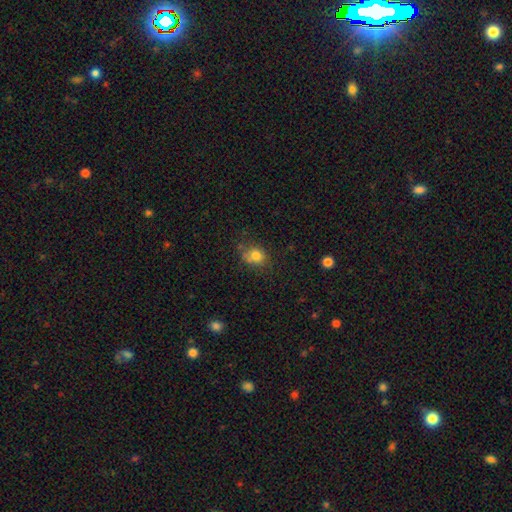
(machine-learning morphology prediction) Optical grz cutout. It shows a smooth galaxy with no disk features (77%) that is round (60%). Merging: none (58%).